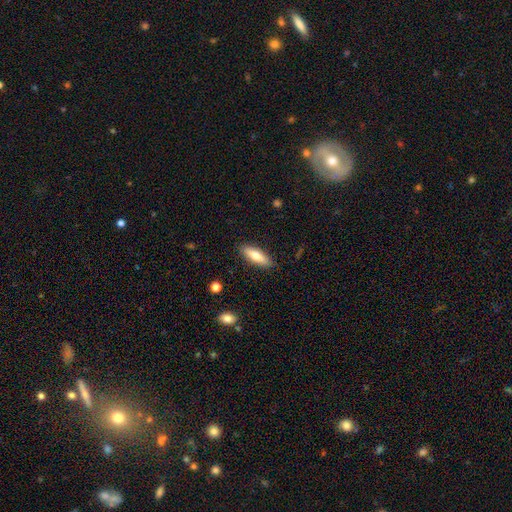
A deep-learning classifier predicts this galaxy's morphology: A smooth galaxy with no disk features (72%) that is in between round and cigar-shaped (50%).

Vote fractions:
- Smooth or featured? smooth: 72% / featured or disk: 22% / star or artifact: 6%
- How rounded? in between: 50% / cigar-shaped: 48% / round: 2%
- Merging? none: 88% / minor disturbance: 9% / major disturbance: 2% / merger: 1%